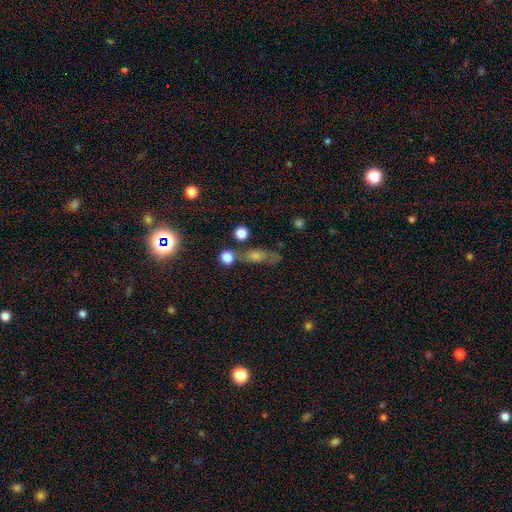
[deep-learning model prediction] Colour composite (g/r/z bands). It shows a smooth galaxy with no disk features (46%). Merging: none (62%).